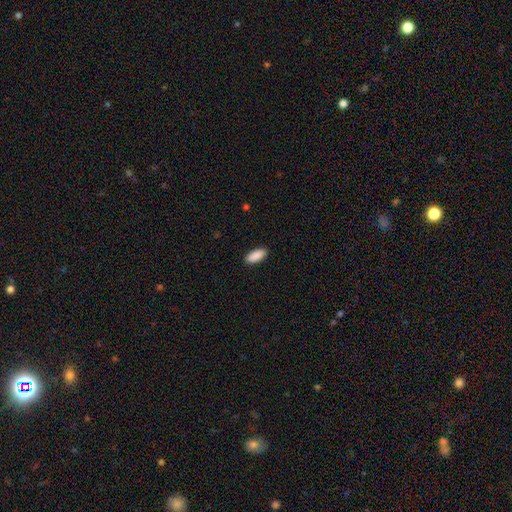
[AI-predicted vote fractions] This appears to be a smooth galaxy with no disk features (91%) that is in between round and cigar-shaped (86%). Merging: none (90%).